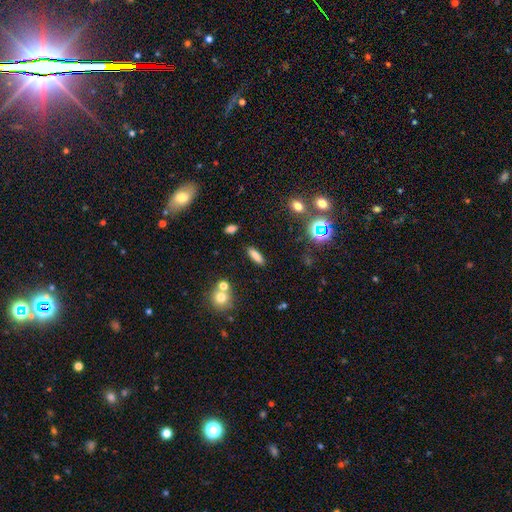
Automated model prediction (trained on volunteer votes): A smooth galaxy with no disk features (78%) that is cigar-shaped (50%). Merging: none (84%).